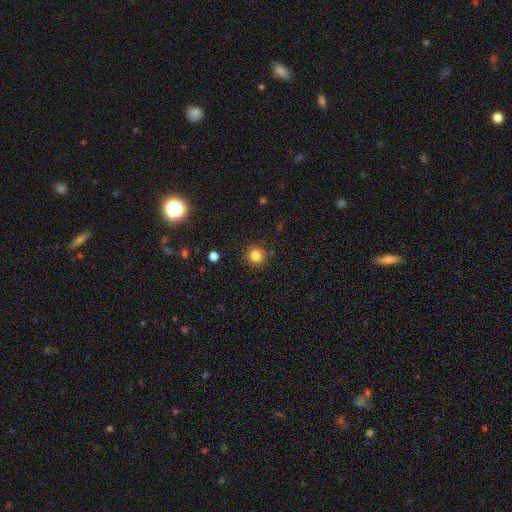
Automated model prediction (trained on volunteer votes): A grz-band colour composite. It shows a smooth galaxy with no disk features (83%) that is round (92%). Merging: none (88%).